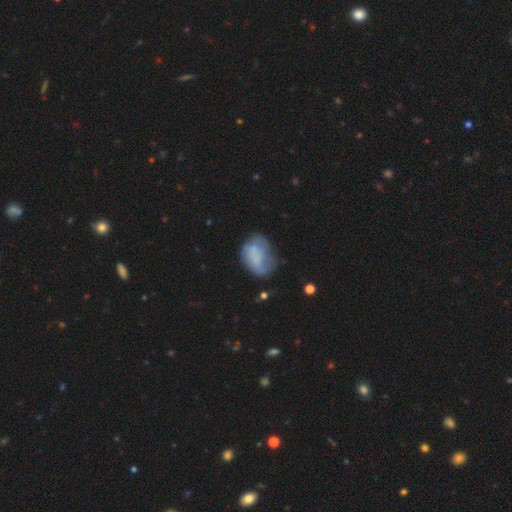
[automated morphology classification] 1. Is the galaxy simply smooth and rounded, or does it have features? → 61% smooth, 30% featured or disk, 9% star or artifact.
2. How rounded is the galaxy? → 75% in between, 24% round, 1% cigar-shaped.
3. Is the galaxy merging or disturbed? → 36% none, 33% minor disturbance, 25% major disturbance, 6% merger.